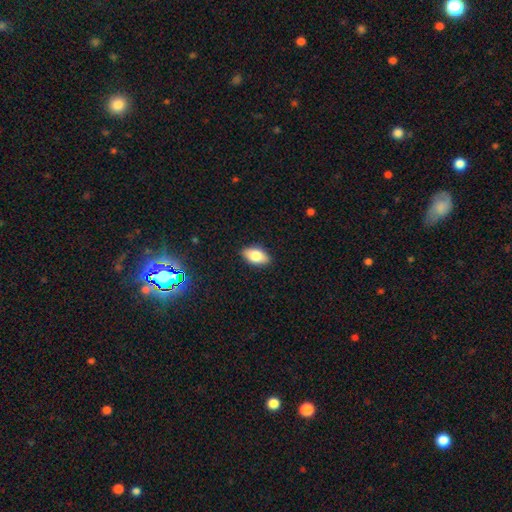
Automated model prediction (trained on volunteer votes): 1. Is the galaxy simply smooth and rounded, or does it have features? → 81% smooth, 12% featured or disk, 7% star or artifact.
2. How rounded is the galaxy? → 92% in between, 5% round, 4% cigar-shaped.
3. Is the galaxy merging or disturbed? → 88% none, 9% minor disturbance, 2% major disturbance, 1% merger.